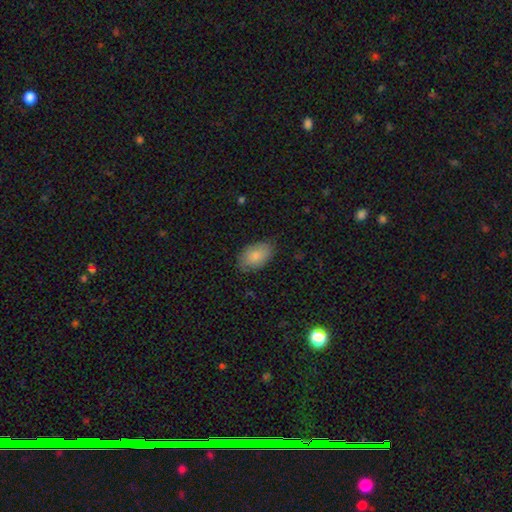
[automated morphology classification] Smooth or featured? Predicted: smooth (p=0.85). How rounded? Predicted: in between (p=0.92). Merging? Predicted: none (p=0.77).